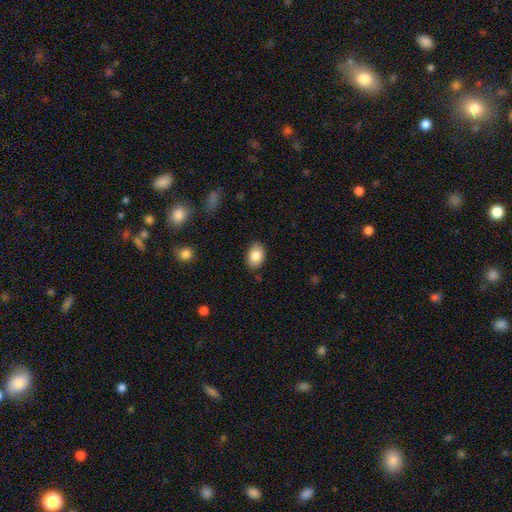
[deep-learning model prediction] A smooth galaxy with no disk features (85%) that is in between round and cigar-shaped (84%). Merging: none (85%).